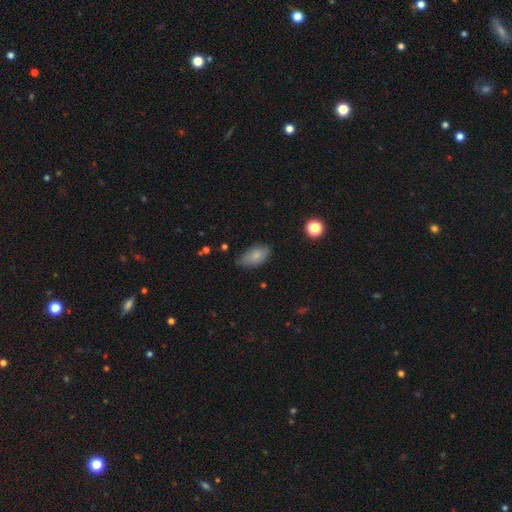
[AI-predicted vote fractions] smooth 80%, featured or disk 12%, star or artifact 8%. Down the decision tree: how rounded — in between (93%); merging — none (72%).